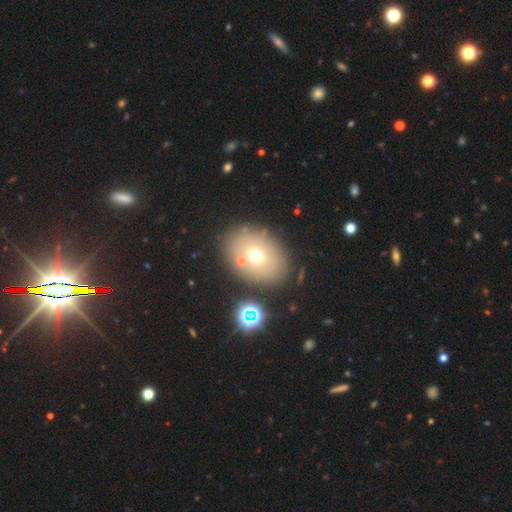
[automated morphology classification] This is likely a smooth galaxy (65%). How rounded: likely in between (61%). Merging: likely none (76%).